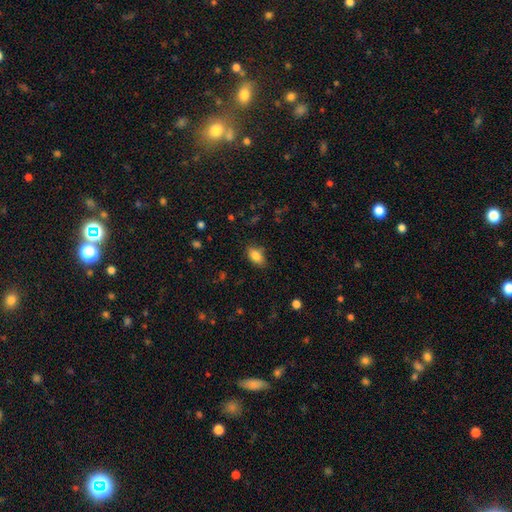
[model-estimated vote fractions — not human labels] smooth_or_featured: smooth (p=0.84) [alt: star or artifact p=0.09]
how_rounded: in between (p=0.89) [alt: round p=0.08]
merging: none (p=0.78) [alt: minor disturbance p=0.16]